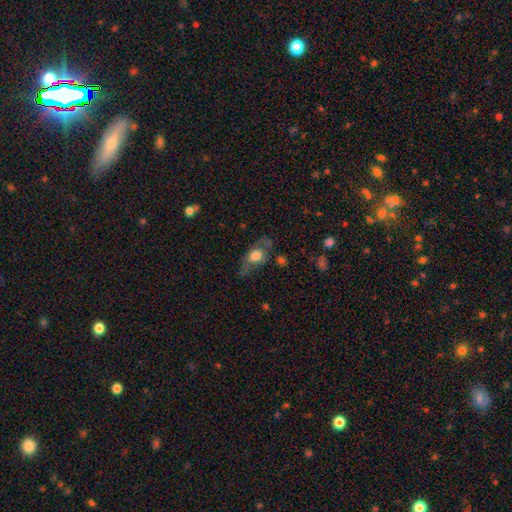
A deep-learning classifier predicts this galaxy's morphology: This is possibly a smooth galaxy (52%). How rounded: likely in between (72%). Merging: possibly none (58%).